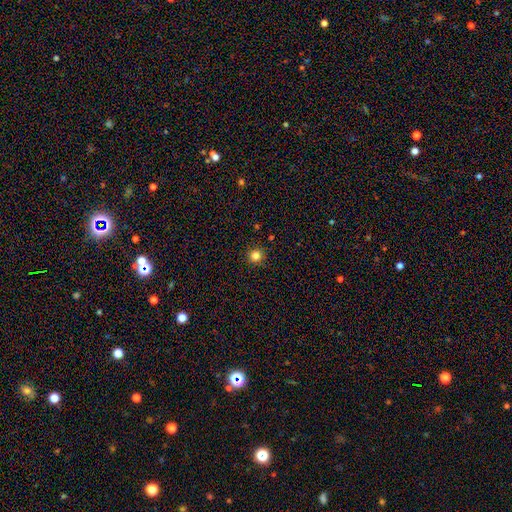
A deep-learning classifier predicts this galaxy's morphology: smooth_or_featured: smooth (p=0.82) [alt: star or artifact p=0.13]
how_rounded: round (p=0.94) [alt: in between p=0.05]
merging: none (p=0.91) [alt: minor disturbance p=0.06]